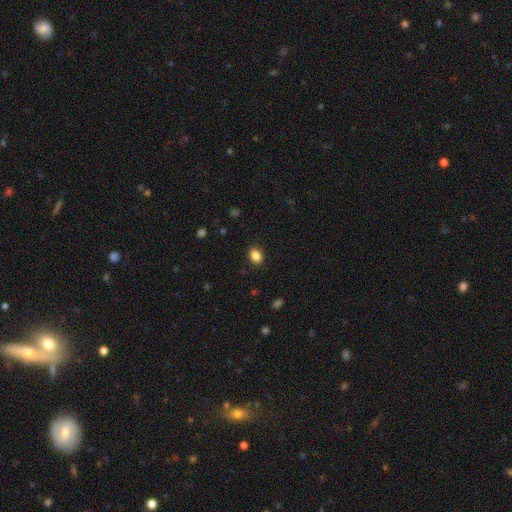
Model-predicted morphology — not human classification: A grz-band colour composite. It shows a smooth galaxy with no disk features (86%) that is in between round and cigar-shaped (73%). Merging: none (87%).